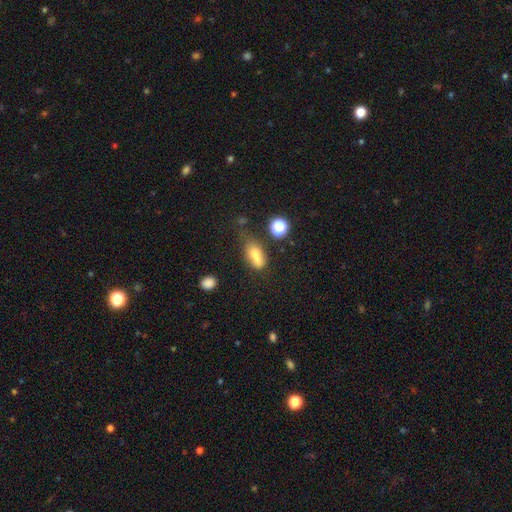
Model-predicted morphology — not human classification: smooth-or-featured: smooth: 71% | featured or disk: 16% | star or artifact: 13%
  how-rounded: in between: 75% | round: 13% | cigar-shaped: 12%
  merging: none: 37% | minor disturbance: 24% | merger: 24% | major disturbance: 15%